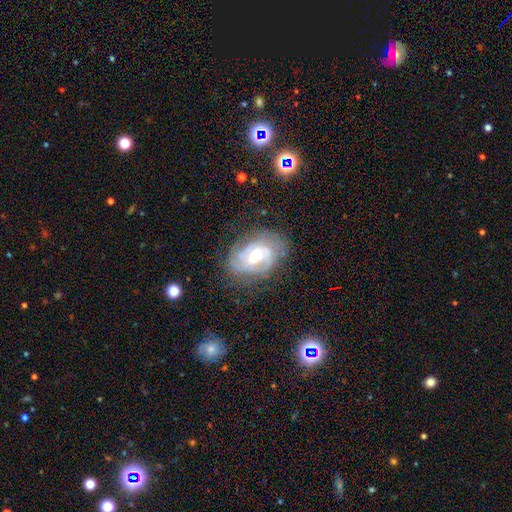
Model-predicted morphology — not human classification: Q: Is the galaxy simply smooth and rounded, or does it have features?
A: featured or disk — 81%.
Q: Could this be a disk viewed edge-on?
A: no — 97%.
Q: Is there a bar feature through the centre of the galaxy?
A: no — 48%.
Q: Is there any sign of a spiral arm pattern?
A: yes — 91%.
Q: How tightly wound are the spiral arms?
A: tight — 59%.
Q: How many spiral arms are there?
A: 2 — 36%.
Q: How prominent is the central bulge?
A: small — 50%.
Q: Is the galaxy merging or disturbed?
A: none — 68%.